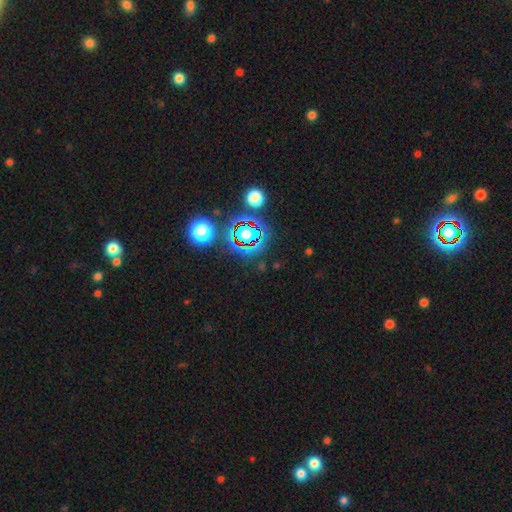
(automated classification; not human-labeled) This appears to be a star or artifact, not a galaxy (78%).